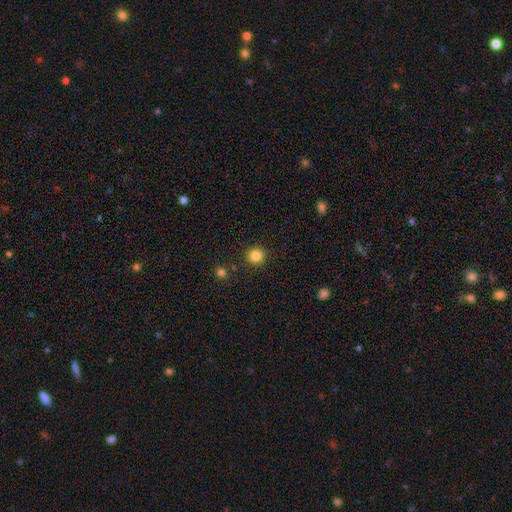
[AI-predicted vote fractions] This is clearly a smooth galaxy (84%). How rounded: clearly round (94%). Merging: clearly none (91%).